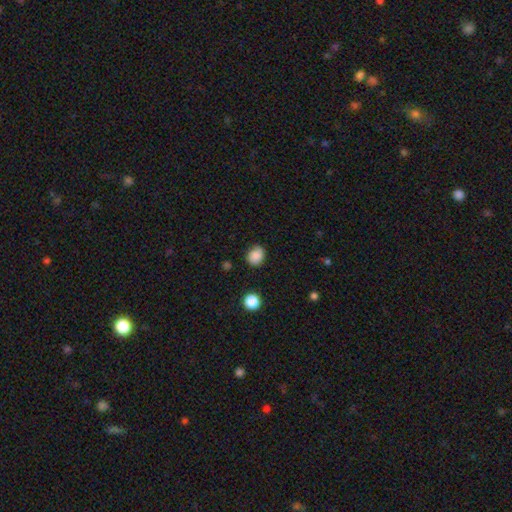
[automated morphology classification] This appears to be a smooth galaxy with no disk features (86%) that is round (58%). Merging: none (79%).